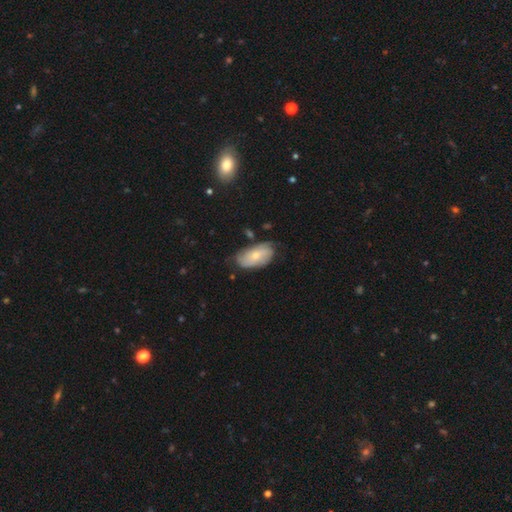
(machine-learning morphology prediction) The model was most divided on "smooth or featured": smooth: 50%, featured or disk: 43%, star or artifact: 7%. More confident: how rounded — in between (93%); merging — none (60%).